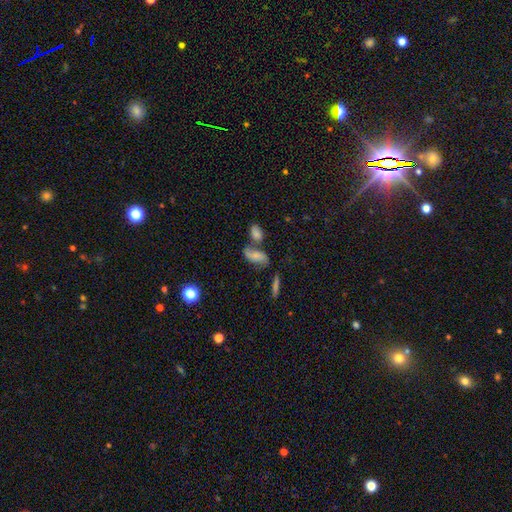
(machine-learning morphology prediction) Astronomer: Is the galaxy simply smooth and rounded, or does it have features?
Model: featured or disk — 48% (runner-up: smooth, 41%).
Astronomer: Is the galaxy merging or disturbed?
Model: none — 42% (runner-up: merger, 34%).